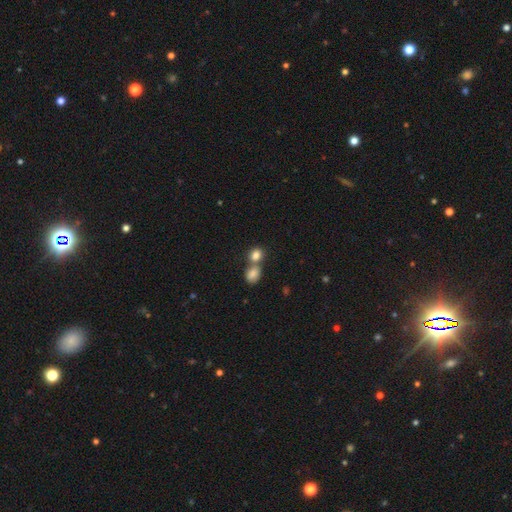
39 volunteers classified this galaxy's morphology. A smooth galaxy with no disk features (82%) that is round (50%, tied with in between). Merging: merger (63%).